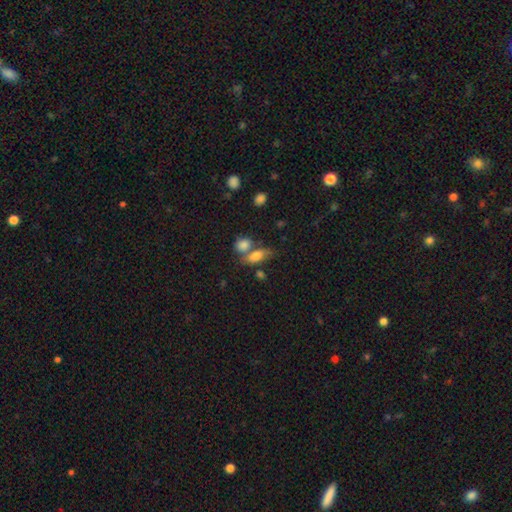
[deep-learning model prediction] Overall: smooth (77%). How rounded: in between (80%). Merging: merger (43%; none 38%).